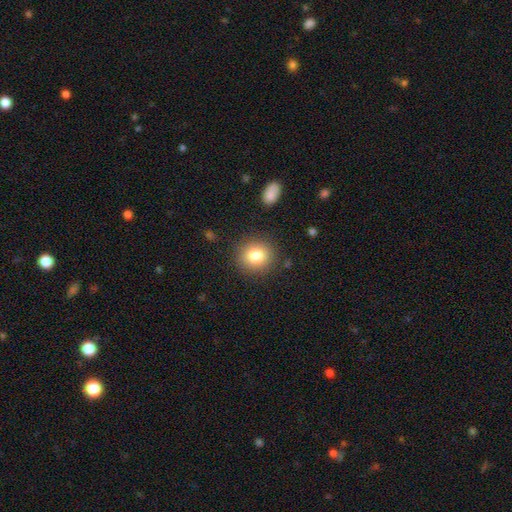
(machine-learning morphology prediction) This appears to be a smooth galaxy with no disk features (81%) that is round (87%). Merging: none (88%).